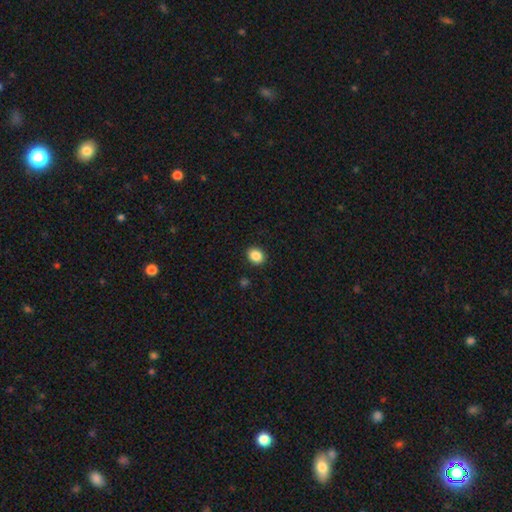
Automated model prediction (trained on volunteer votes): smooth 87%, star or artifact 9%, featured or disk 4%. Down the decision tree: how rounded — round (51%); merging — none (91%).